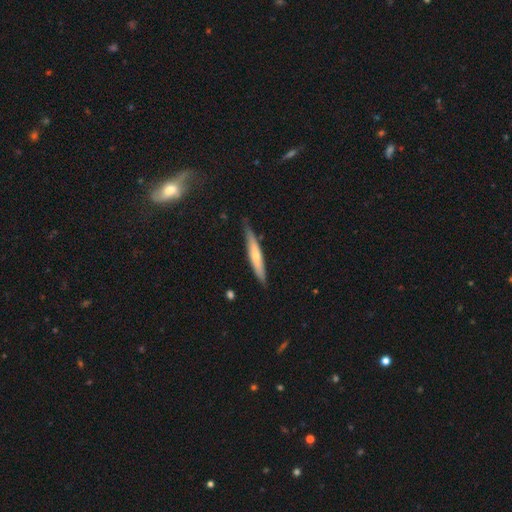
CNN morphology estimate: The model was most divided on "smooth or featured": smooth: 52%, featured or disk: 43%, star or artifact: 6%. More confident: how rounded — cigar-shaped (91%); merging — none (79%).